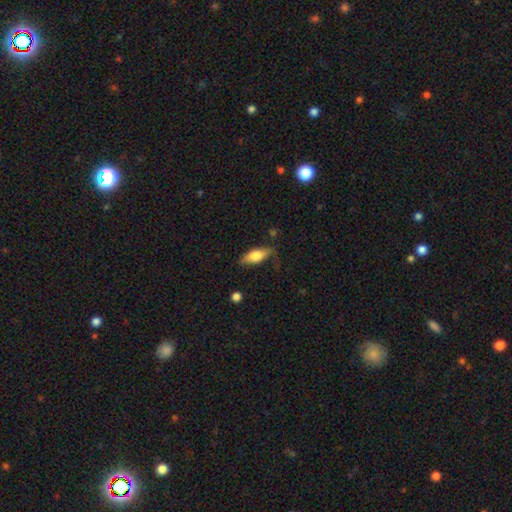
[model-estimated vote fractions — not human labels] A smooth galaxy with no disk features (70%) that is in between round and cigar-shaped (78%).

Vote fractions:
- Smooth or featured? smooth: 70% / featured or disk: 23% / star or artifact: 6%
- How rounded? in between: 78% / cigar-shaped: 19% / round: 3%
- Merging? none: 63% / minor disturbance: 27% / major disturbance: 9% / merger: 2%